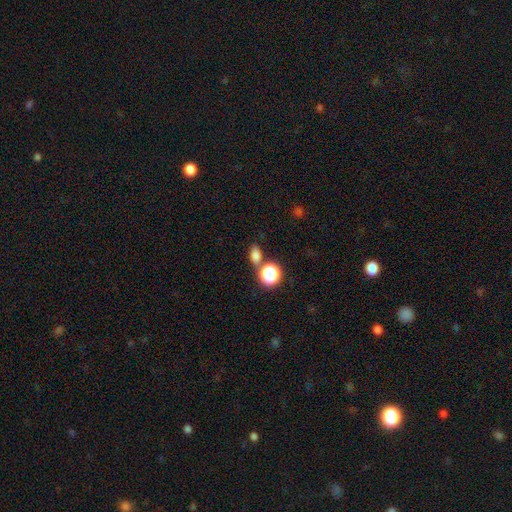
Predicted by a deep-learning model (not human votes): Overall: smooth (76%). How rounded: in between (69%). Merging: none (68%).